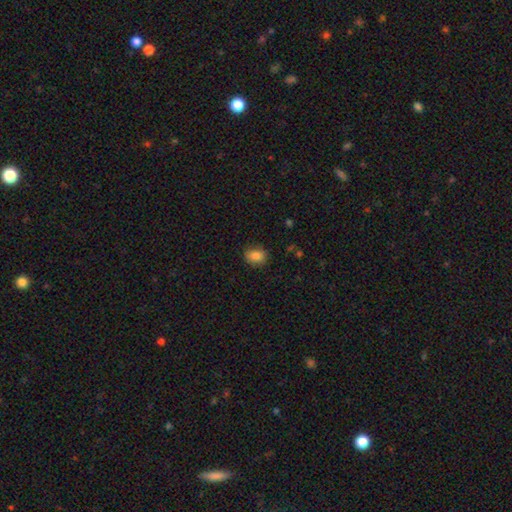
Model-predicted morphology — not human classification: The model was most divided on "how rounded": in between: 62%, round: 37%, cigar-shaped: 1%. More confident: smooth or featured — smooth (86%); merging — none (83%).